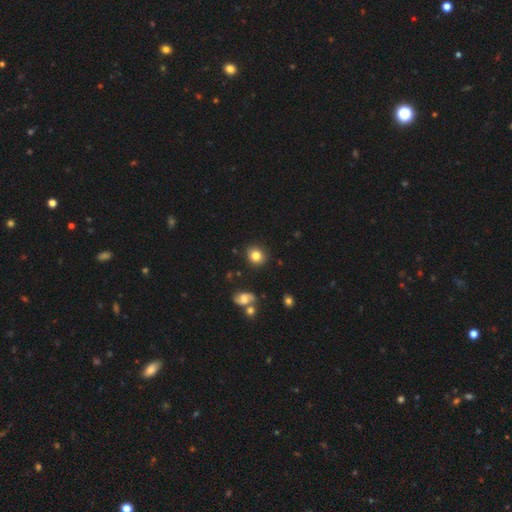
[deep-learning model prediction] Morphology: type=smooth (81%); roundness=round (77%); merging=none (87%).